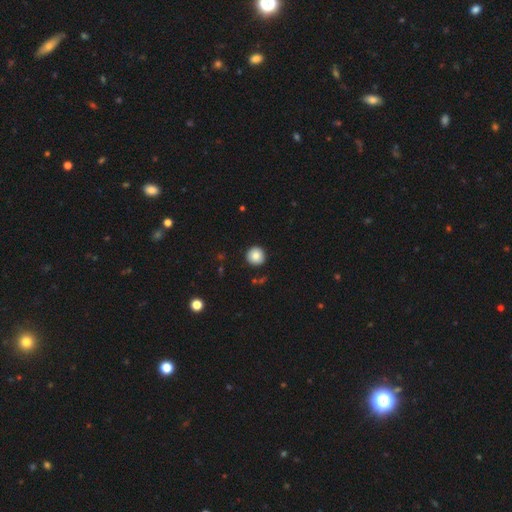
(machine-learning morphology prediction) smooth 84%, star or artifact 9%, featured or disk 7%. Down the decision tree: how rounded — round (95%); merging — none (91%).